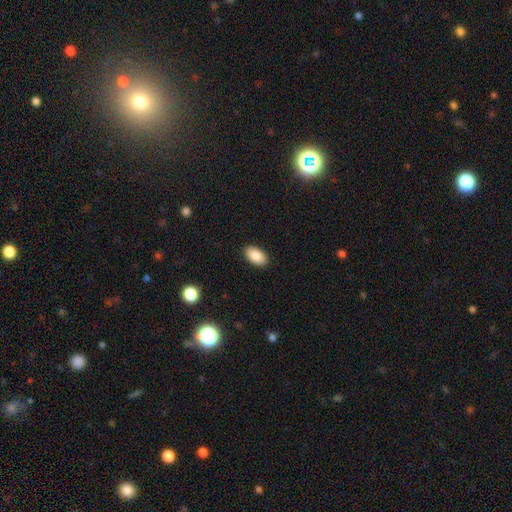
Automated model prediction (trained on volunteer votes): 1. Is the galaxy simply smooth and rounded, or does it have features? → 87% smooth, 7% star or artifact, 6% featured or disk.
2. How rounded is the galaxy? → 95% in between, 4% round, 2% cigar-shaped.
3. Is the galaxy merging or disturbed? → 89% none, 8% minor disturbance, 2% major disturbance, 1% merger.